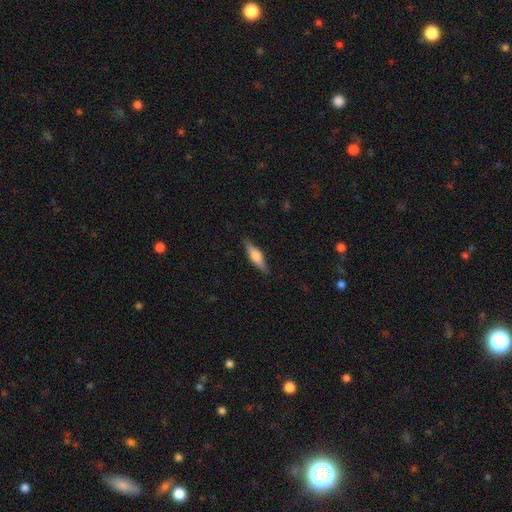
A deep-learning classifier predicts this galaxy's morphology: Smooth or featured: smooth — 51% (featured or disk — 43%)
How rounded: cigar-shaped — 65% (in between — 33%)
Merging: none — 87% (minor disturbance — 10%)